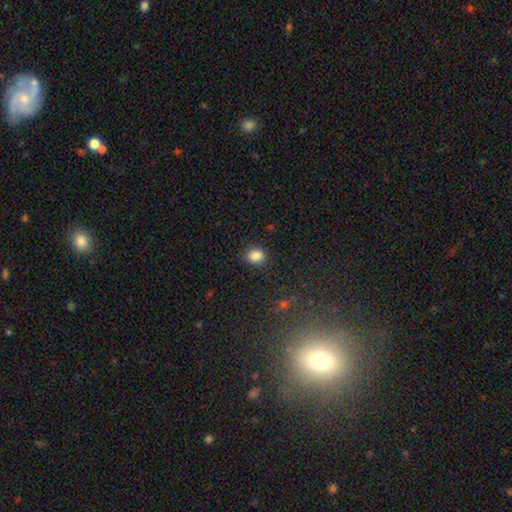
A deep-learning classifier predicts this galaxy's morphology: Smooth or featured? Predicted: smooth (p=0.86). How rounded? Predicted: round (p=0.54). Merging? Predicted: none (p=0.88).